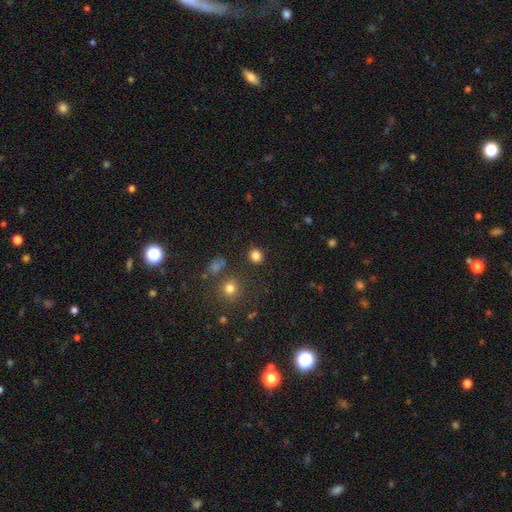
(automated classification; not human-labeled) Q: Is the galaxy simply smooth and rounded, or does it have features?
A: smooth — 83%.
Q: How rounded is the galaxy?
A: round — 76%.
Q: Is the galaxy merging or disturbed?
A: none — 87%.